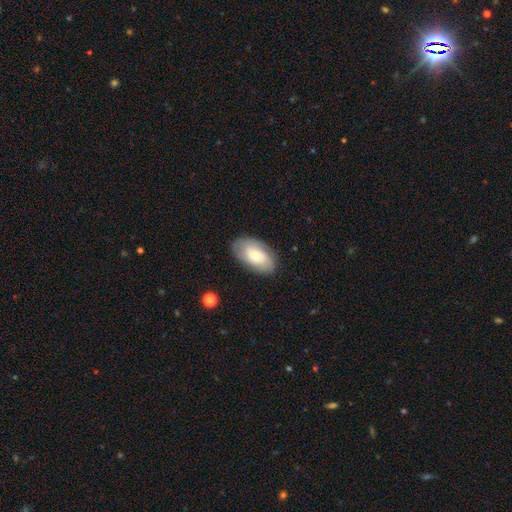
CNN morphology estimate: The model was most divided on "smooth or featured": smooth: 50%, featured or disk: 43%, star or artifact: 7%. More confident: how rounded — in between (93%); merging — none (81%).